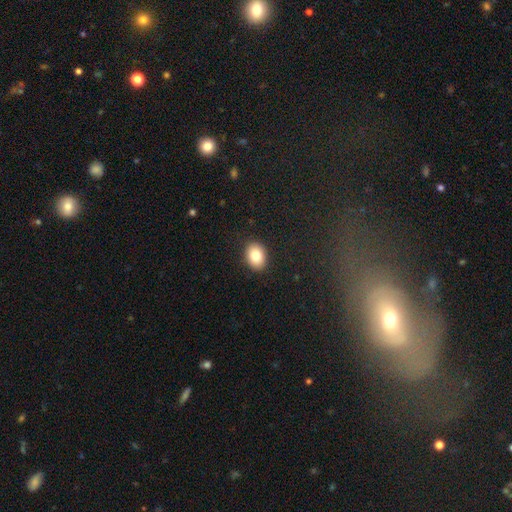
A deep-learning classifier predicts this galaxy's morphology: smooth_or_featured: smooth (p=0.85) [alt: star or artifact p=0.08]
how_rounded: in between (p=0.73) [alt: round p=0.26]
merging: none (p=0.89) [alt: minor disturbance p=0.08]